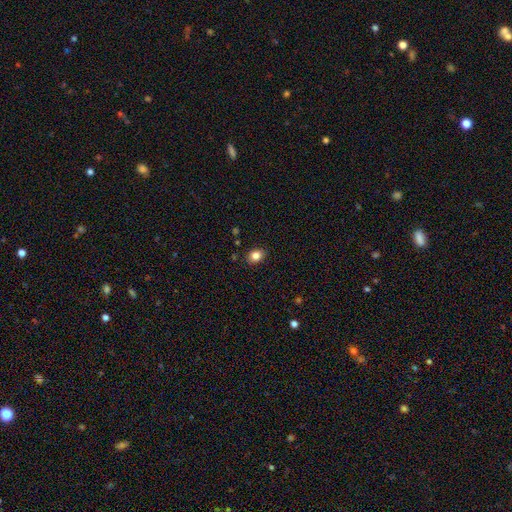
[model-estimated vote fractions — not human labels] Smooth or featured: smooth — 83% (star or artifact — 10%)
How rounded: in between — 60% (round — 39%)
Merging: none — 88% (minor disturbance — 9%)